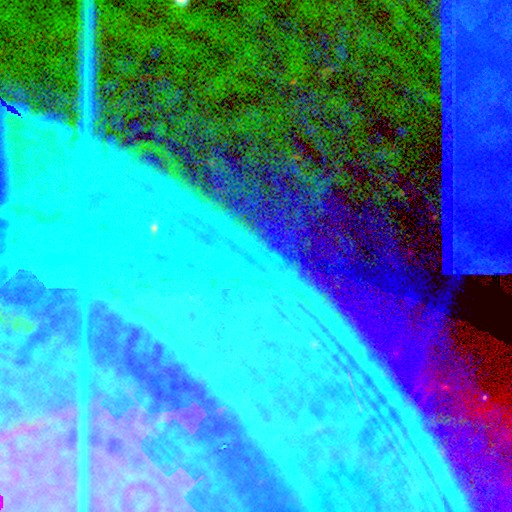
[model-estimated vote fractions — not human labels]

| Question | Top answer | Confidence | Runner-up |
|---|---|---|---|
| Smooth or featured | star or artifact | 84% | featured or disk (9%) |